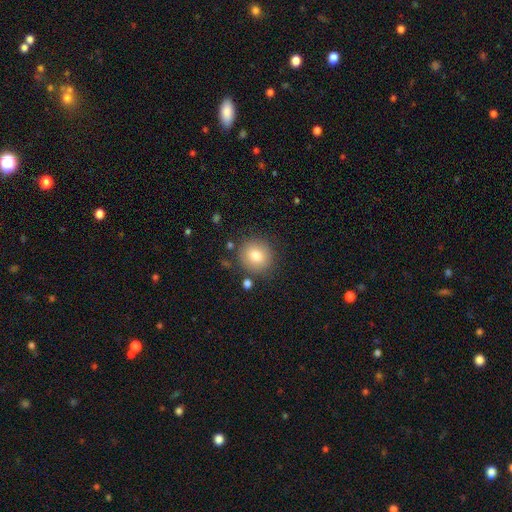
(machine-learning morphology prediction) smooth_or_featured: smooth (p=0.80) [alt: featured or disk p=0.10]
how_rounded: round (p=0.89) [alt: in between p=0.10]
merging: none (p=0.85) [alt: minor disturbance p=0.09]